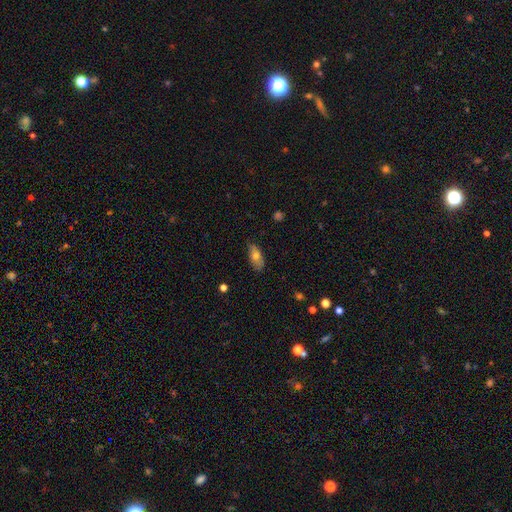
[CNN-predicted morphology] The model was most divided on "smooth or featured": smooth: 69%, featured or disk: 23%, star or artifact: 8%. More confident: how rounded — in between (85%); merging — none (72%).